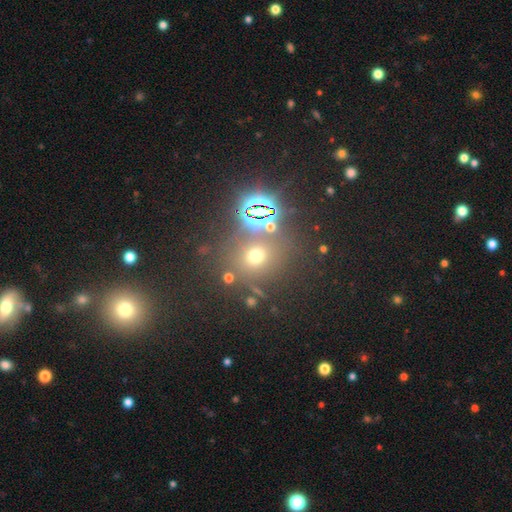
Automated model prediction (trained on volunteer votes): This is possibly a smooth galaxy (50%). Merging: likely none (73%).